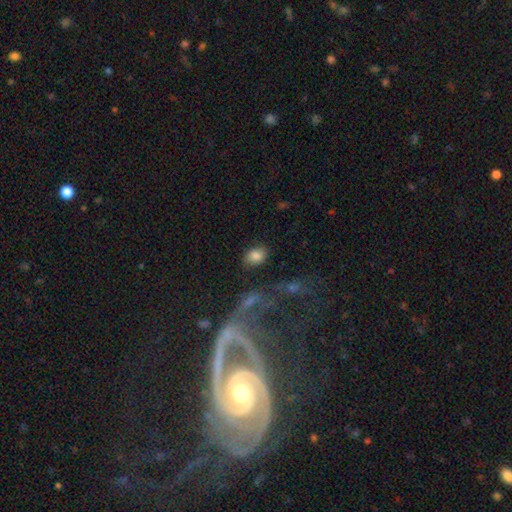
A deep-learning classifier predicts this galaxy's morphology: The model was most divided on "how rounded": in between: 74%, round: 25%, cigar-shaped: 1%. More confident: smooth or featured — smooth (83%); merging — none (80%).